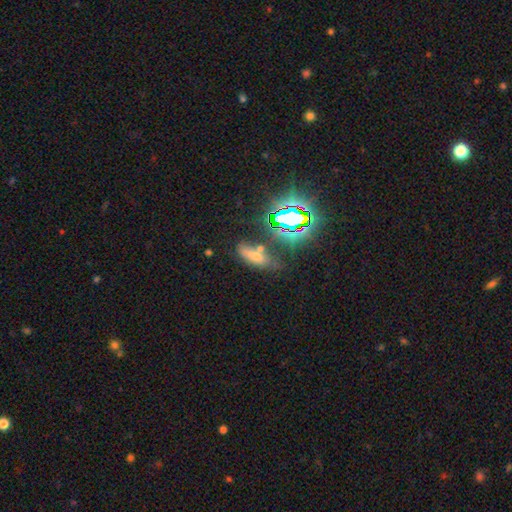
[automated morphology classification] The model was most divided on "smooth or featured": smooth: 46%, star or artifact: 36%, featured or disk: 18%. More confident: merging — none (59%).